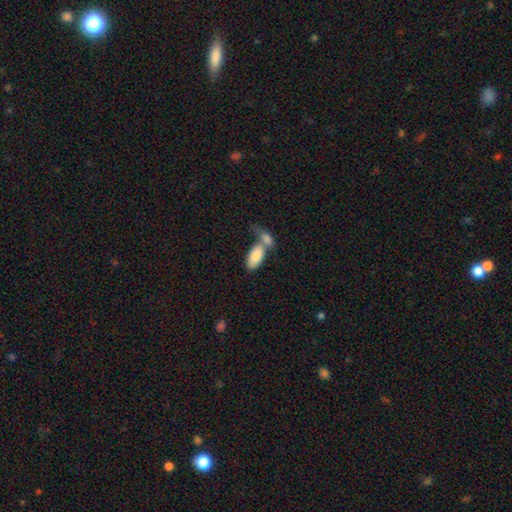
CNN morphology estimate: Smooth or featured: smooth — 81% (featured or disk — 14%)
How rounded: in between — 92% (cigar-shaped — 5%)
Merging: merger — 60% (none — 23%)